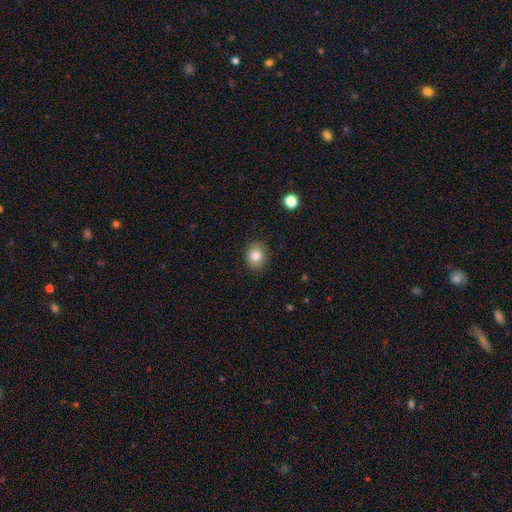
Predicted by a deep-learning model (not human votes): smooth_or_featured: smooth (p=0.82) [alt: star or artifact p=0.10]
how_rounded: round (p=0.66) [alt: in between p=0.33]
merging: none (p=0.88) [alt: minor disturbance p=0.08]